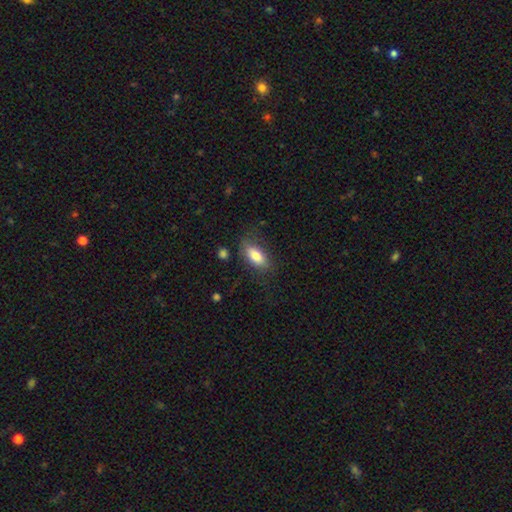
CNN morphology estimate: Overall: smooth (81%). How rounded: in between (85%). Merging: none (72%).